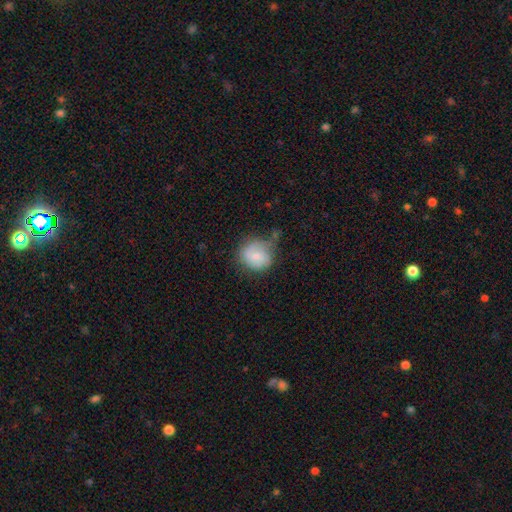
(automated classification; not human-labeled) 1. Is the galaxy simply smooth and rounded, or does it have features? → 63% smooth, 29% featured or disk, 7% star or artifact.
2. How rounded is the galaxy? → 80% round, 19% in between, 1% cigar-shaped.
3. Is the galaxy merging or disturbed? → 49% none, 32% minor disturbance, 13% major disturbance, 6% merger.